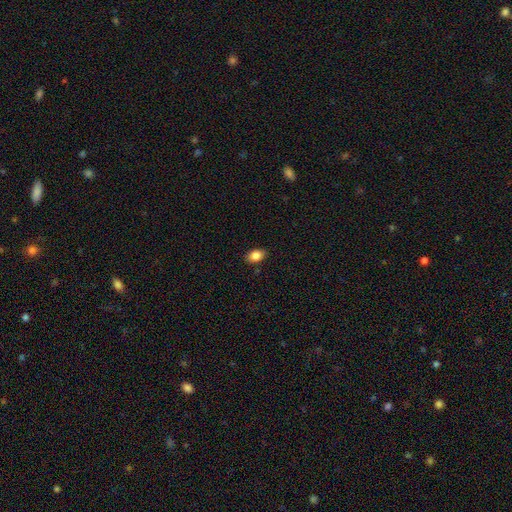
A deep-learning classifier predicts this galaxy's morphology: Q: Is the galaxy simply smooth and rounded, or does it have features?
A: smooth — 85%.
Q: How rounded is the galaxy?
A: in between — 82%.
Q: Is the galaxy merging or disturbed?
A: none — 86%.